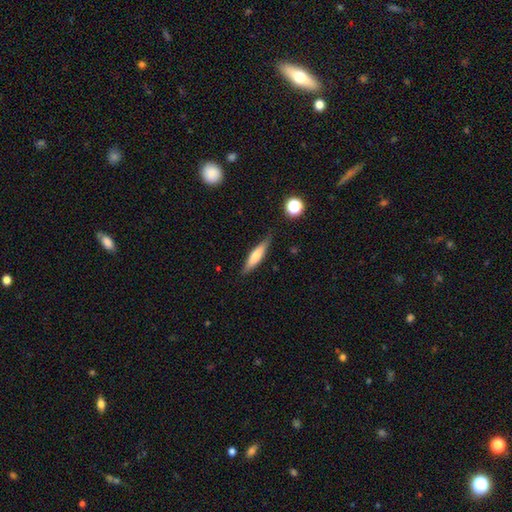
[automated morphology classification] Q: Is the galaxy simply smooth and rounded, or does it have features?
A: smooth — 59%.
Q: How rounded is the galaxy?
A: cigar-shaped — 80%.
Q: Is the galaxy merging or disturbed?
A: none — 80%.